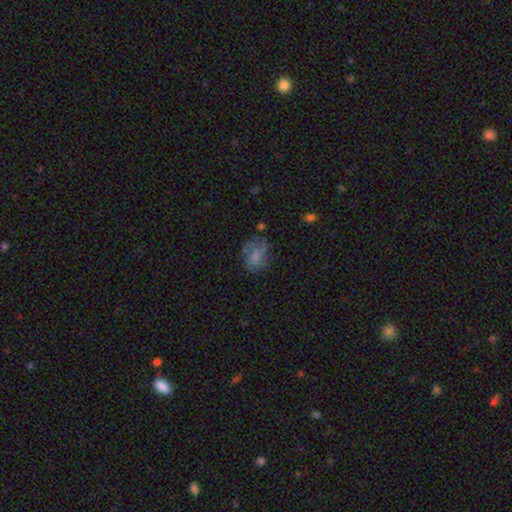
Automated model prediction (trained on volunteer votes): Overall: smooth (65%). How rounded: in between (69%; round 30%). Merging: none (50%; minor disturbance 26%).